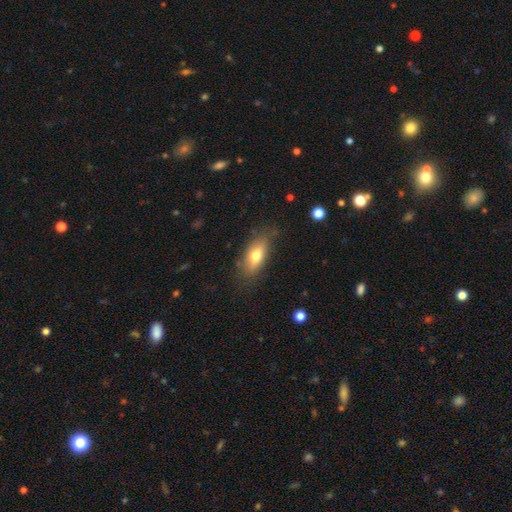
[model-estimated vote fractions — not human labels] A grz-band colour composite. It shows a smooth galaxy with no disk features (71%) that is in between round and cigar-shaped (78%). Merging: none (75%).